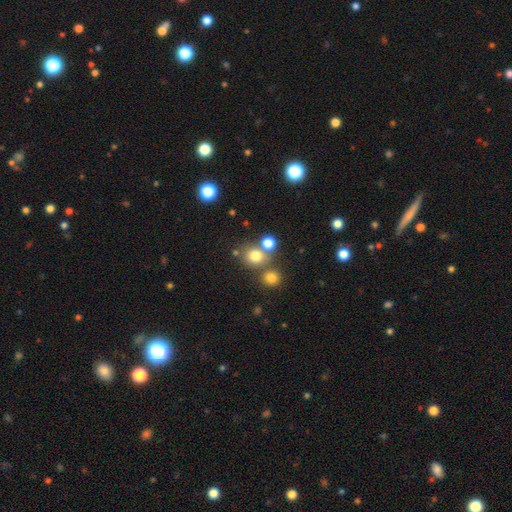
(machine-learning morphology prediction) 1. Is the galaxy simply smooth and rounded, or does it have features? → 74% smooth, 17% star or artifact, 9% featured or disk.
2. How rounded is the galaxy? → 81% round, 18% in between, 1% cigar-shaped.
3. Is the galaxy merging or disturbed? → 62% none, 25% merger, 9% minor disturbance, 4% major disturbance.